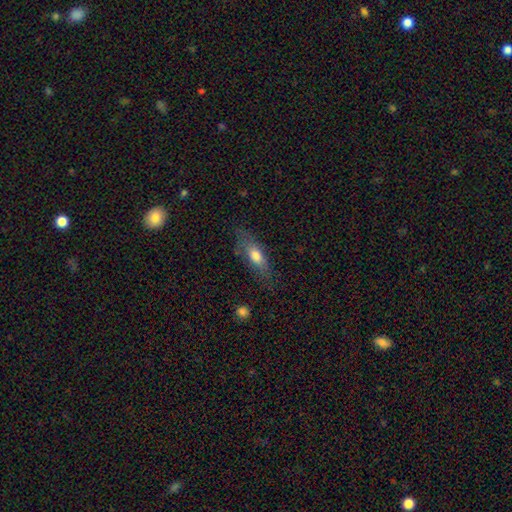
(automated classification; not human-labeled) Smooth or featured?
  - smooth: 66% *
  - featured or disk: 27%
  - star or artifact: 7%
How rounded?
  - in between: 58% *
  - cigar-shaped: 39%
  - round: 3%
Merging?
  - none: 70% *
  - minor disturbance: 21%
  - major disturbance: 7%
  - merger: 2%